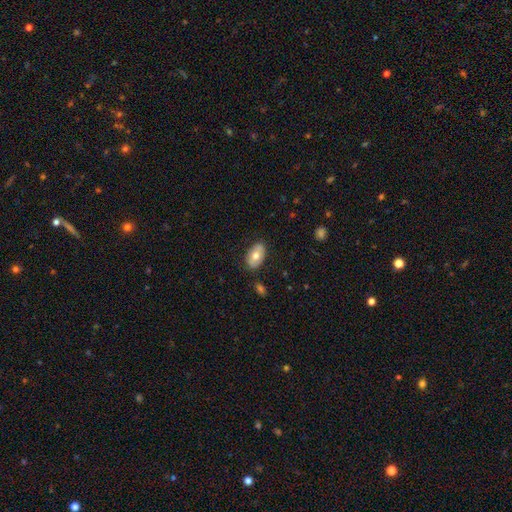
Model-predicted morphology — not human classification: Smooth or featured?
  - smooth: 69% *
  - featured or disk: 25%
  - star or artifact: 7%
How rounded?
  - in between: 92% *
  - round: 7%
  - cigar-shaped: 1%
Merging?
  - none: 82% *
  - minor disturbance: 14%
  - major disturbance: 3%
  - merger: 2%